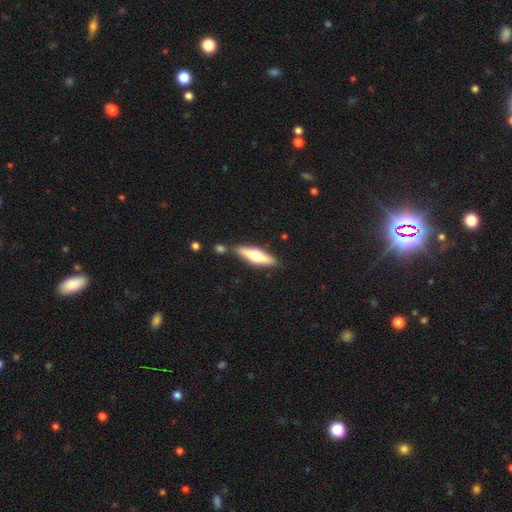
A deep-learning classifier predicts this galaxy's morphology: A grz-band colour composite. It shows a featured or disk galaxy (50%) viewed edge-on (92%). Merging: none (79%).